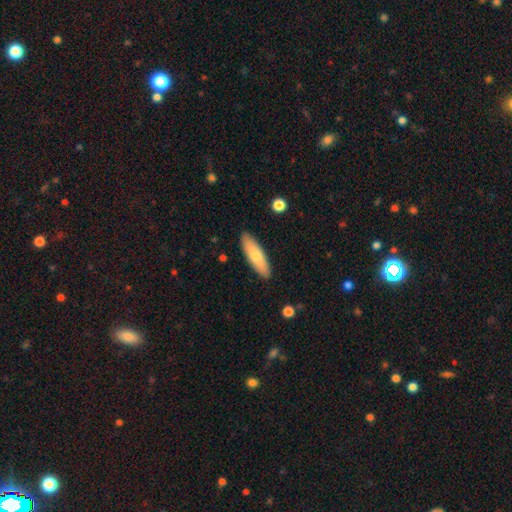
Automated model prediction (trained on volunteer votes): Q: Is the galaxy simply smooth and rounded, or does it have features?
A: smooth — 73%.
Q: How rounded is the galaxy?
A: cigar-shaped — 57%.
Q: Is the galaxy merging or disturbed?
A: none — 89%.